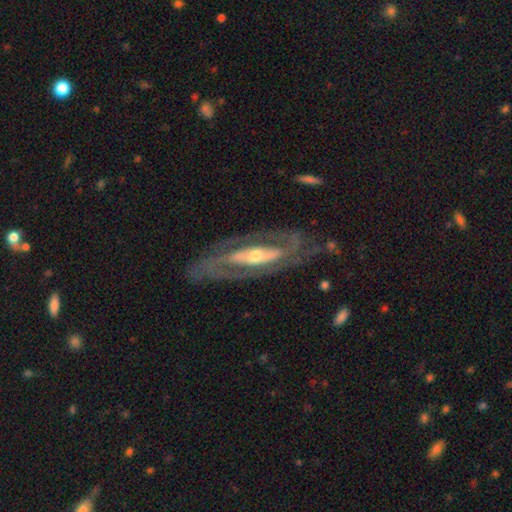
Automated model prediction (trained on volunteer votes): Q: Smooth or featured?
A: featured or disk (87%); runner-up: smooth (8%)
Q: Edge-on disk?
A: no (85%); runner-up: yes (15%)
Q: Bar?
A: strong (41%); runner-up: no (32%)
Q: Spiral arms?
A: yes (85%); runner-up: no (15%)
Q: Spiral winding?
A: tight (47%); runner-up: medium (39%)
Q: Spiral arm count?
A: 2 (76%); runner-up: can't tell (13%)
Q: Bulge size?
A: moderate (54%); runner-up: small (39%)
Q: Merging?
A: none (76%); runner-up: minor disturbance (14%)